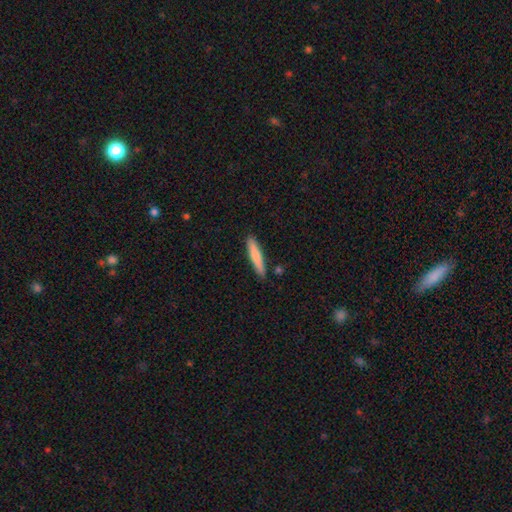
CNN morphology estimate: This is likely a smooth galaxy (76%). How rounded: clearly cigar-shaped (90%). Merging: clearly none (86%).